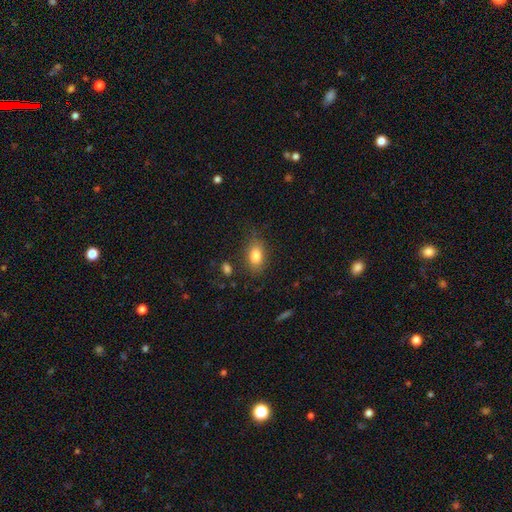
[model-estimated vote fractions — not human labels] smooth-or-featured: smooth: 83% | featured or disk: 9% | star or artifact: 8%
  how-rounded: in between: 86% | round: 10% | cigar-shaped: 3%
  merging: none: 79% | minor disturbance: 15% | major disturbance: 4% | merger: 2%